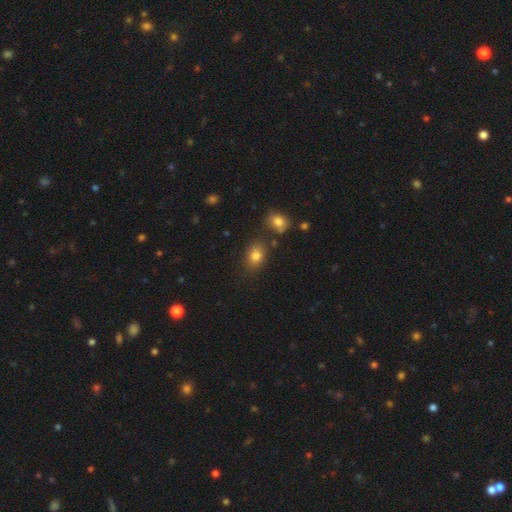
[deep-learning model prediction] Q: Smooth or featured?
A: smooth (81%); runner-up: star or artifact (11%)
Q: How rounded?
A: in between (67%); runner-up: round (32%)
Q: Merging?
A: none (74%); runner-up: minor disturbance (14%)